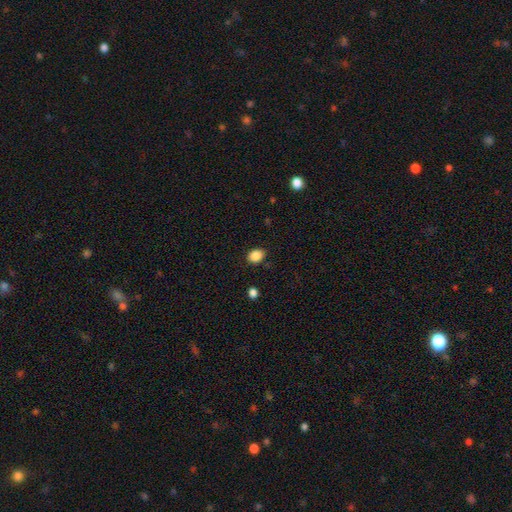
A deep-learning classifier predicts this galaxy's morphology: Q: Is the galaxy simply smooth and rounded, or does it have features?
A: smooth — 87%.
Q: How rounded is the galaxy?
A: in between — 57%.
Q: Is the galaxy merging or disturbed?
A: none — 84%.